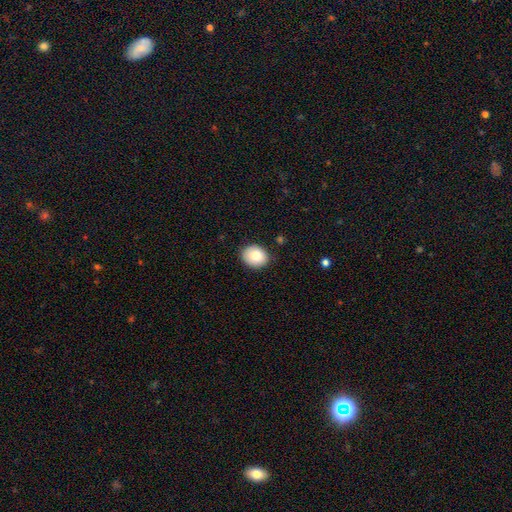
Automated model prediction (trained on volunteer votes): Smooth or featured?
  - smooth: 84% *
  - featured or disk: 8%
  - star or artifact: 8%
How rounded?
  - round: 54% *
  - in between: 45%
  - cigar-shaped: 1%
Merging?
  - none: 83% *
  - minor disturbance: 14%
  - major disturbance: 2%
  - merger: 1%